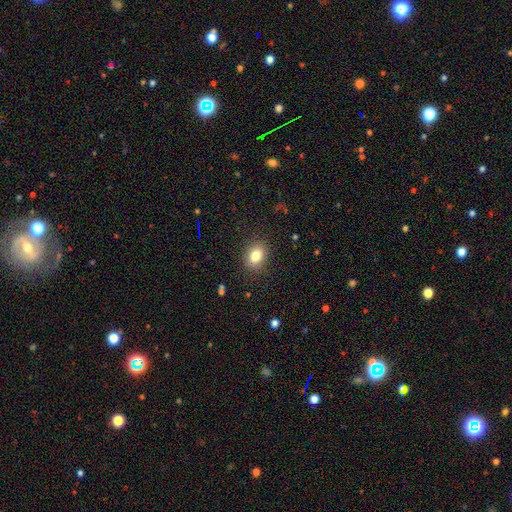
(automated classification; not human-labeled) Smooth or featured?
  - smooth: 82% *
  - star or artifact: 10%
  - featured or disk: 8%
How rounded?
  - in between: 61% *
  - round: 38%
  - cigar-shaped: 1%
Merging?
  - none: 87% *
  - minor disturbance: 9%
  - major disturbance: 3%
  - merger: 1%